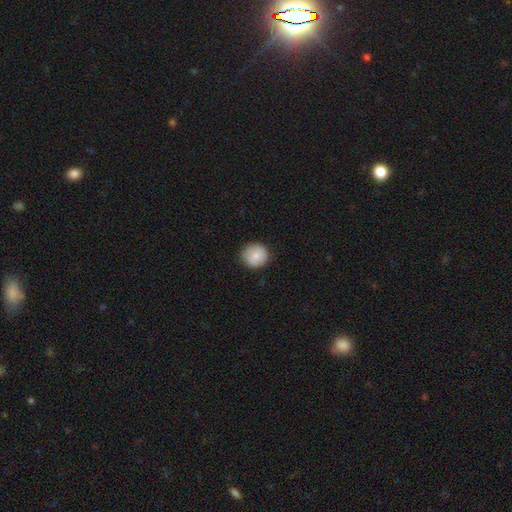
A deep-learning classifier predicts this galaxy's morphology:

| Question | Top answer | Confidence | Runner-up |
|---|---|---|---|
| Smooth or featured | smooth | 82% | featured or disk (11%) |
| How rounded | round | 92% | in between (7%) |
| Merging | none | 87% | minor disturbance (10%) |